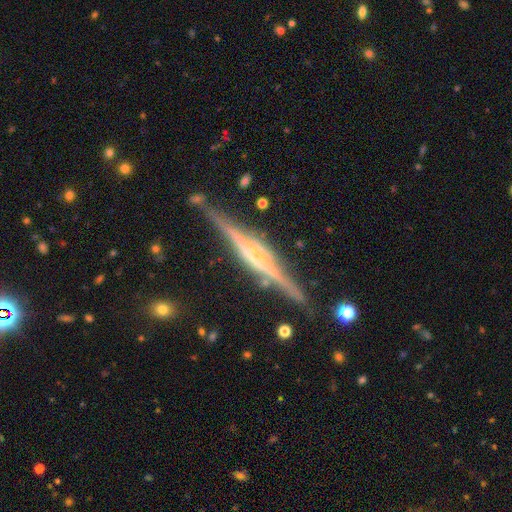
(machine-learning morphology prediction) smooth-or-featured: featured or disk: 87% | smooth: 7% | star or artifact: 6%
  disk-edge-on: yes: 98% | no: 2%
    edge-on-bulge: rounded: 57% | boxy: 27% | none: 16%
  merging: none: 86% | minor disturbance: 10% | major disturbance: 2% | merger: 2%